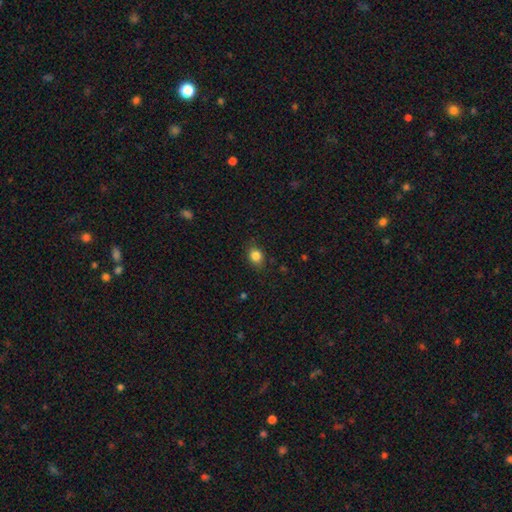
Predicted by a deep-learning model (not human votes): This appears to be a smooth galaxy with no disk features (84%) that is round (53%). Merging: none (83%).